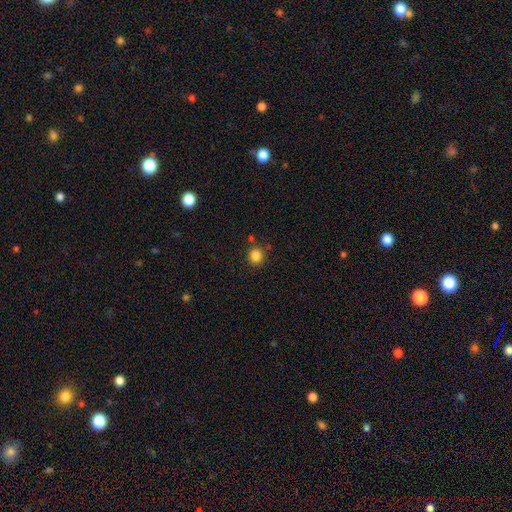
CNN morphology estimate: smooth-or-featured: smooth: 84% | star or artifact: 12% | featured or disk: 4%
  how-rounded: round: 88% | in between: 11% | cigar-shaped: 1%
  merging: none: 84% | minor disturbance: 8% | merger: 5% | major disturbance: 3%